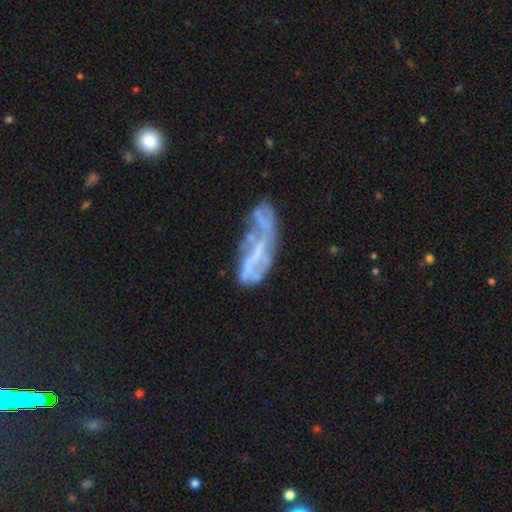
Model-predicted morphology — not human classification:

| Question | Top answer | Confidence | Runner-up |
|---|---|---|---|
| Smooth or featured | featured or disk | 68% | smooth (21%) |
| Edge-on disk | no | 88% | yes (12%) |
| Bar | no | 53% | weak (25%) |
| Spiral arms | no | 58% | yes (42%) |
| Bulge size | none | 62% | small (24%) |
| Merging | none | 34% | major disturbance (31%) |